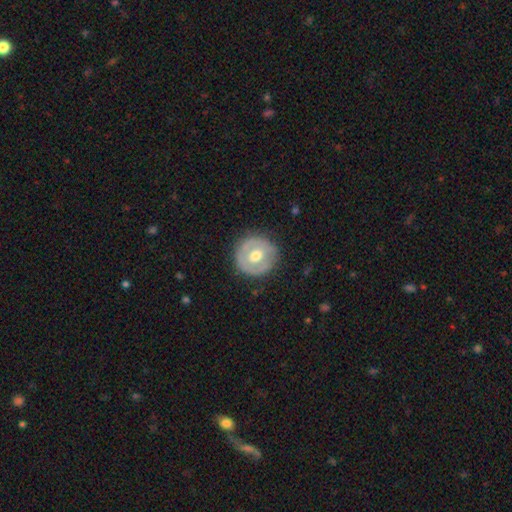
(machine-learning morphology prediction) type=featured or disk (50%); merging=none (83%).